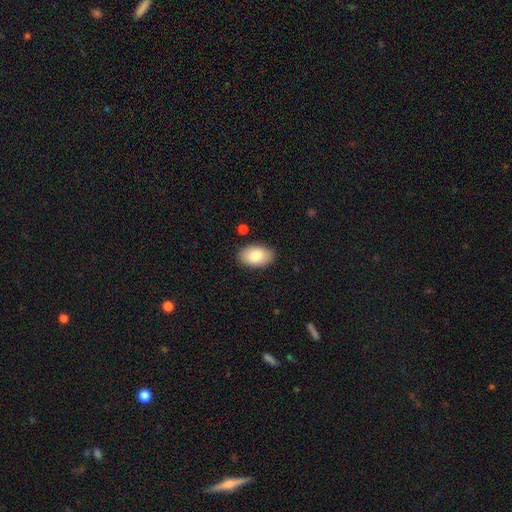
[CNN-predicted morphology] Smooth or featured? Predicted: smooth (p=0.83). How rounded? Predicted: in between (p=0.93). Merging? Predicted: none (p=0.86).